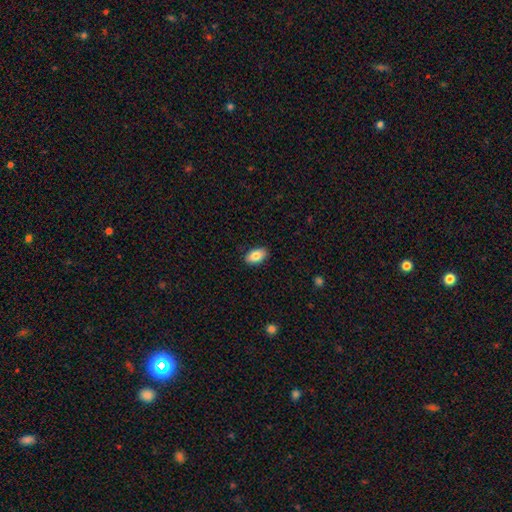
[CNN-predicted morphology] smooth 85%, featured or disk 8%, star or artifact 7%. Down the decision tree: how rounded — in between (93%); merging — none (89%).